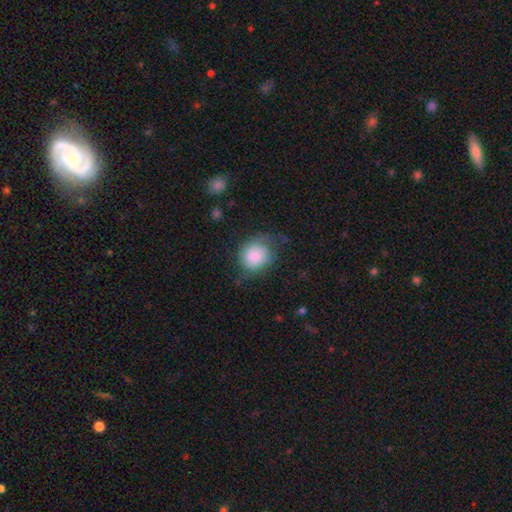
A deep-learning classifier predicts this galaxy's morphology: type=smooth (67%); roundness=round (75%); merging=none (53%).